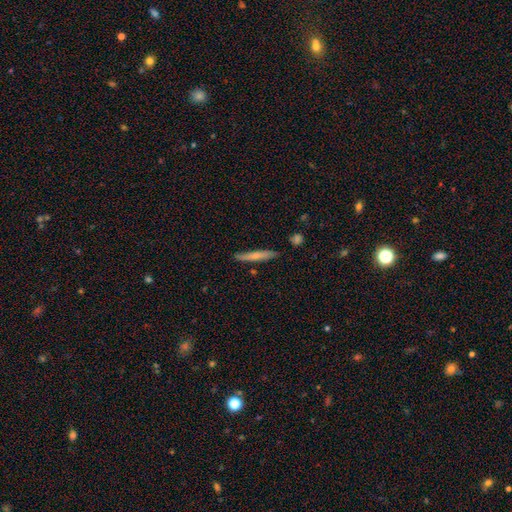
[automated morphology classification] Smooth or featured: smooth — 62% (featured or disk — 32%)
How rounded: cigar-shaped — 95% (in between — 4%)
Merging: none — 84% (minor disturbance — 12%)